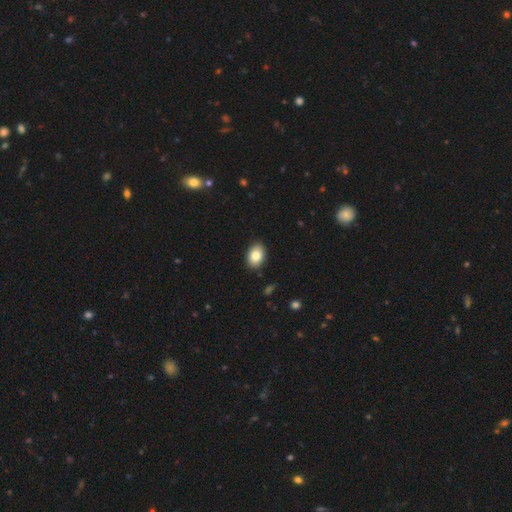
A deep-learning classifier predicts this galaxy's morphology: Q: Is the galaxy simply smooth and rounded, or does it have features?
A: smooth — 84%.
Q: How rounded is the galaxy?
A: in between — 81%.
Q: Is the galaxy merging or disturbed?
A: none — 88%.